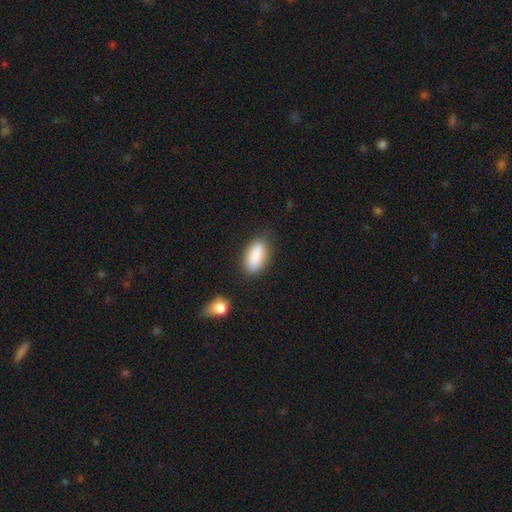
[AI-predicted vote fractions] Smooth or featured: smooth — 89% (star or artifact — 6%)
How rounded: in between — 88% (cigar-shaped — 8%)
Merging: none — 80% (minor disturbance — 13%)